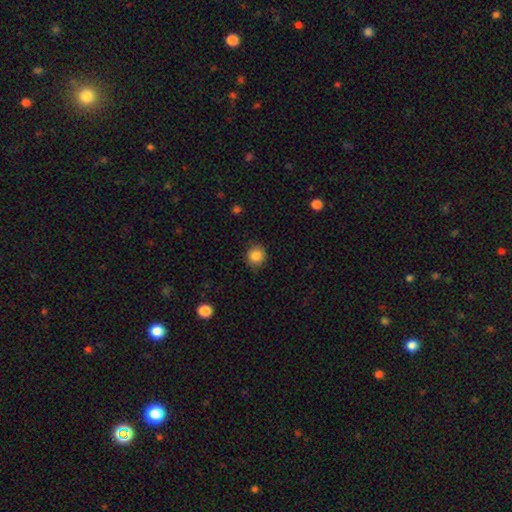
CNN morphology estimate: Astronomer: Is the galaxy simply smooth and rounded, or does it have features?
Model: smooth — 86%.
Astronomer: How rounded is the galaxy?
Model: round — 88%.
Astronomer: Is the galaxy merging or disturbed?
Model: none — 85%.